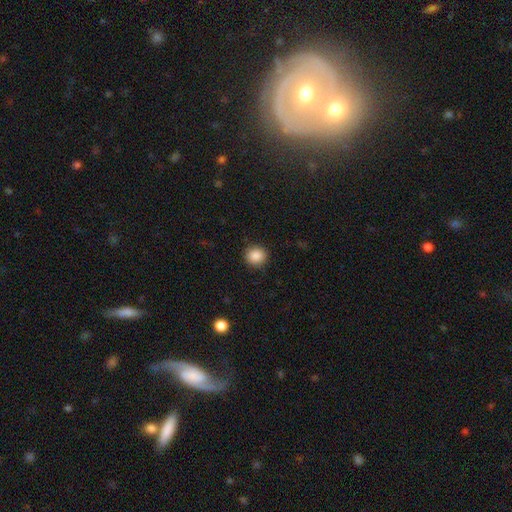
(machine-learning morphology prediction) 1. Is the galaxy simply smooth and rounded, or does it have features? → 88% smooth, 9% star or artifact, 3% featured or disk.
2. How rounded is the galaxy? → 87% round, 12% in between, 1% cigar-shaped.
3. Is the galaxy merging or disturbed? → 90% none, 7% minor disturbance, 2% major disturbance, 1% merger.